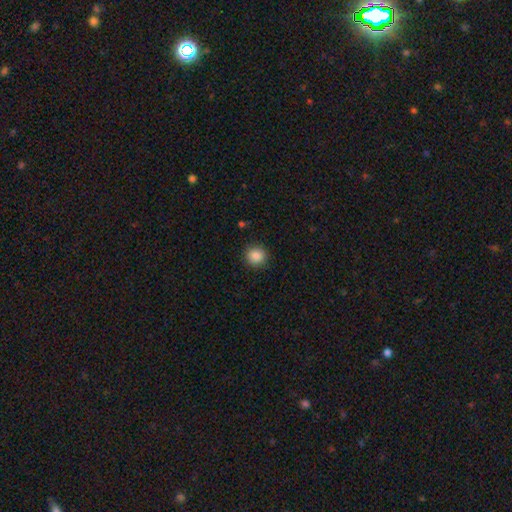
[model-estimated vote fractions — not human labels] Smooth or featured?
  - smooth: 87% *
  - star or artifact: 9%
  - featured or disk: 4%
How rounded?
  - round: 91% *
  - in between: 8%
  - cigar-shaped: 1%
Merging?
  - none: 90% *
  - minor disturbance: 6%
  - major disturbance: 2%
  - merger: 1%